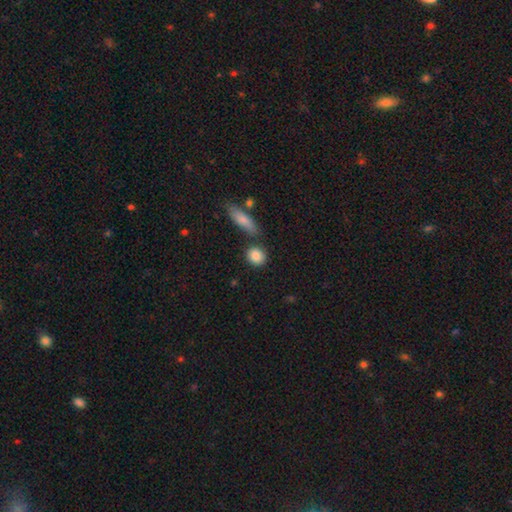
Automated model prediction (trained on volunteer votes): This is clearly a smooth galaxy (86%). How rounded: likely round (67%). Merging: likely none (76%).